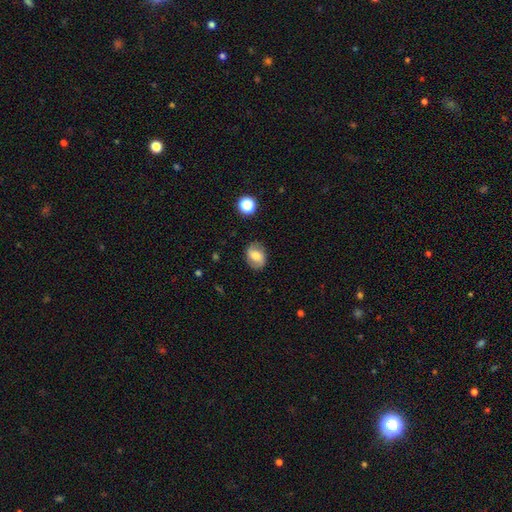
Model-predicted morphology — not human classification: Smooth or featured: smooth — 61% (featured or disk — 29%)
How rounded: in between — 63% (round — 36%)
Merging: none — 81% (minor disturbance — 13%)